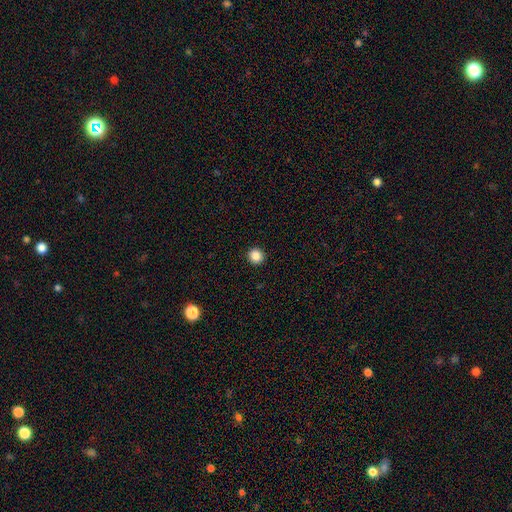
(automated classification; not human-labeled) Smooth or featured? Predicted: smooth (p=0.86). How rounded? Predicted: round (p=0.93). Merging? Predicted: none (p=0.93).